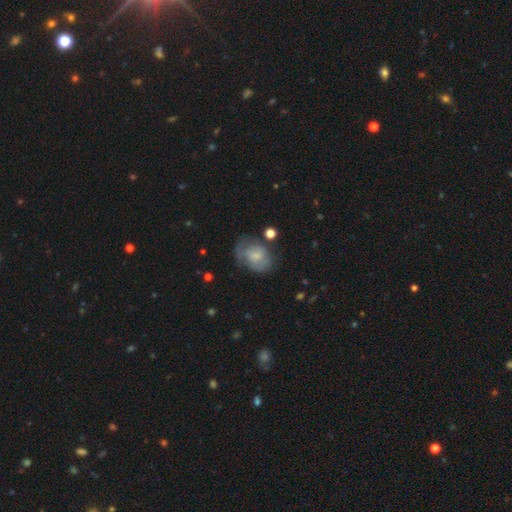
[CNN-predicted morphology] The model was most divided on "smooth or featured": smooth: 51%, featured or disk: 40%, star or artifact: 9%. Remaining: how rounded — in between (56%); merging — none (44%).